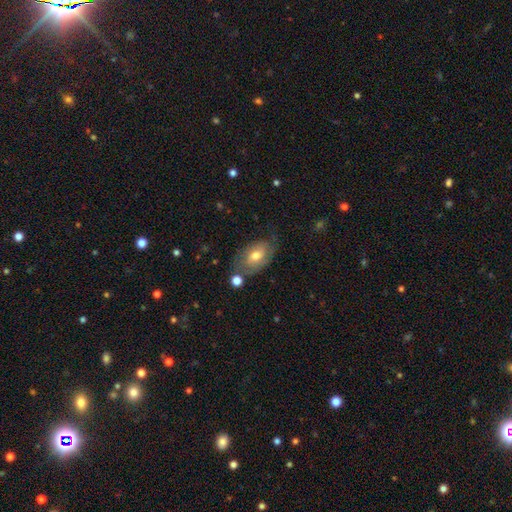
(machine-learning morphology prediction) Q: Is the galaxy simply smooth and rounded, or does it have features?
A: smooth — 50%.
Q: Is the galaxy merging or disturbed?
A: none — 55%.